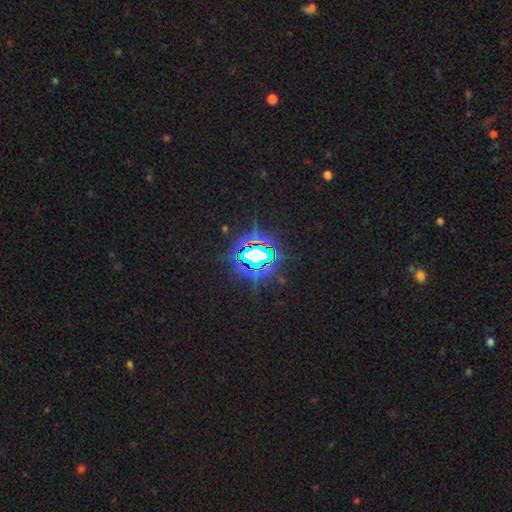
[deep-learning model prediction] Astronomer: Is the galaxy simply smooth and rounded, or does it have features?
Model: star or artifact — 79%.